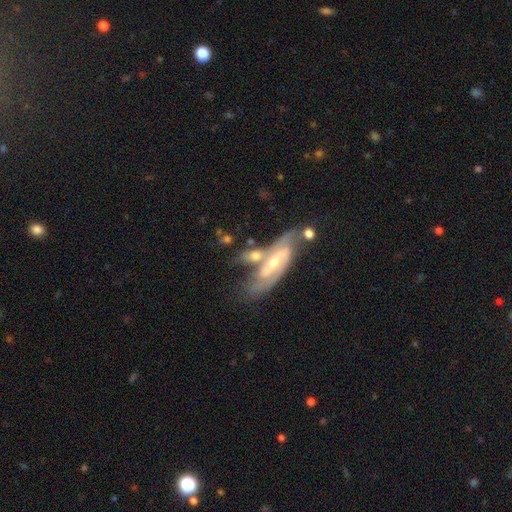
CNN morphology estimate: The model was most divided on "bar": weak: 39%, strong: 32%, no: 30%. Remaining: edge-on disk — no (84%); spiral arms — yes (83%); smooth or featured — featured or disk (71%); bulge size — moderate (53%); merging — merger (41%).